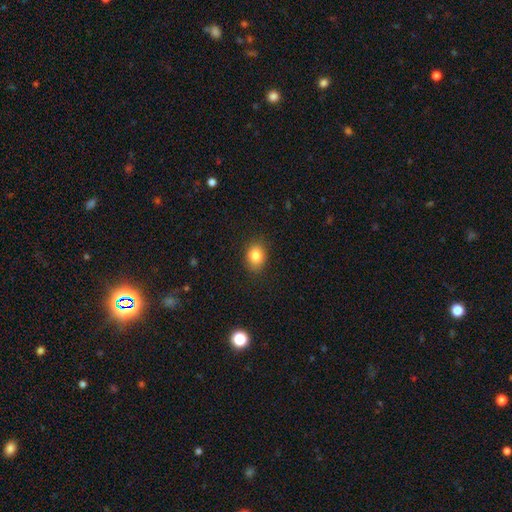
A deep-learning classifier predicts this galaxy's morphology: This is clearly a smooth galaxy (83%). How rounded: possibly in between (57%). Merging: clearly none (86%).